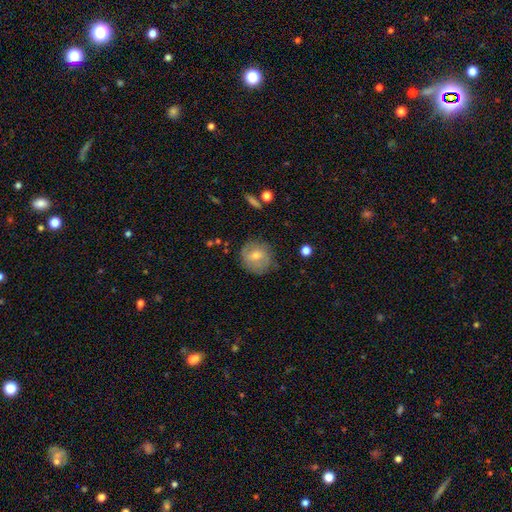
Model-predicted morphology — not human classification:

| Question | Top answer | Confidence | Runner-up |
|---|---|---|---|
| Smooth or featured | featured or disk | 50% | smooth (39%) |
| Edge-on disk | no | 96% | yes (4%) |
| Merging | none | 80% | minor disturbance (14%) |